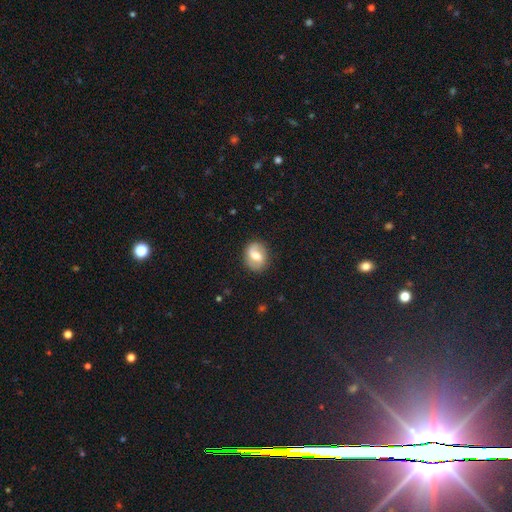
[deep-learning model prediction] Smooth or featured? featured or disk (50%)
Merging? none (83%)